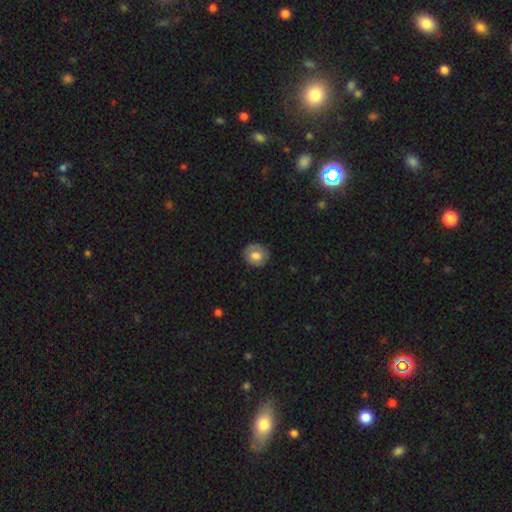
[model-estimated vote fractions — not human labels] smooth 71%, featured or disk 22%, star or artifact 8%. Down the decision tree: how rounded — round (79%); merging — none (80%).